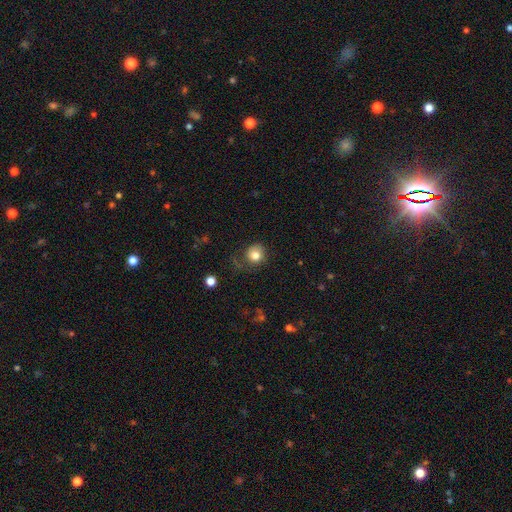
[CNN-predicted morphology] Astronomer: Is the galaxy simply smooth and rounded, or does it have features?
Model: smooth — 79%.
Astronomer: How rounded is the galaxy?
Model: round — 82%.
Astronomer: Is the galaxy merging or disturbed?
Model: none — 64%.